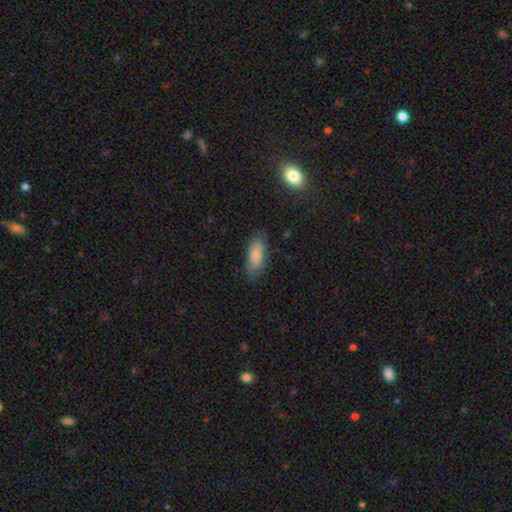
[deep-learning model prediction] Smooth or featured? smooth (82%)
How rounded? in between (76%)
Merging? none (80%)